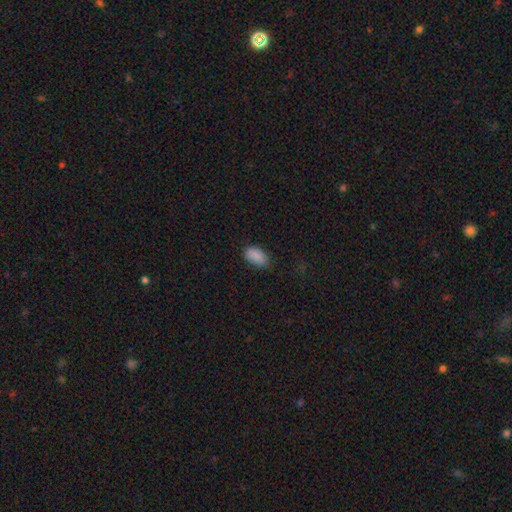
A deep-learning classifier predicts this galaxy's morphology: smooth_or_featured: smooth (p=0.88) [alt: star or artifact p=0.08]
how_rounded: in between (p=0.93) [alt: round p=0.06]
merging: none (p=0.74) [alt: minor disturbance p=0.21]